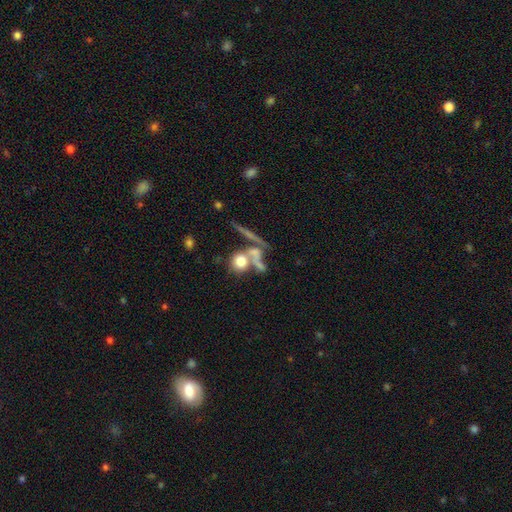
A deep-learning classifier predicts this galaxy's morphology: This is possibly a smooth galaxy (52%). How rounded: possibly round (53%). Merging: marginally none (39%).